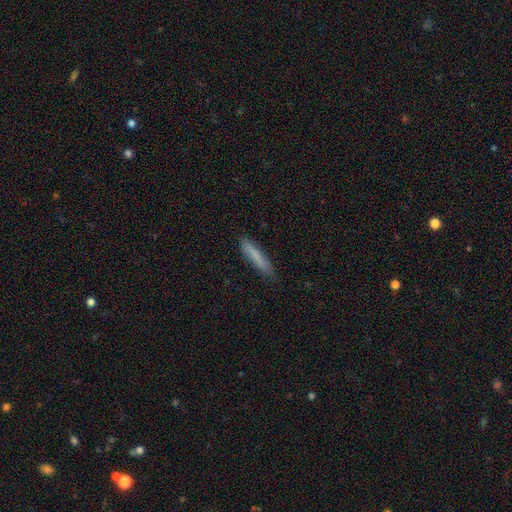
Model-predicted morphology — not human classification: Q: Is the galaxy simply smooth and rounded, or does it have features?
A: smooth — 76%.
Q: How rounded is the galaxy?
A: cigar-shaped — 90%.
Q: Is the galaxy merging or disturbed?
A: none — 84%.